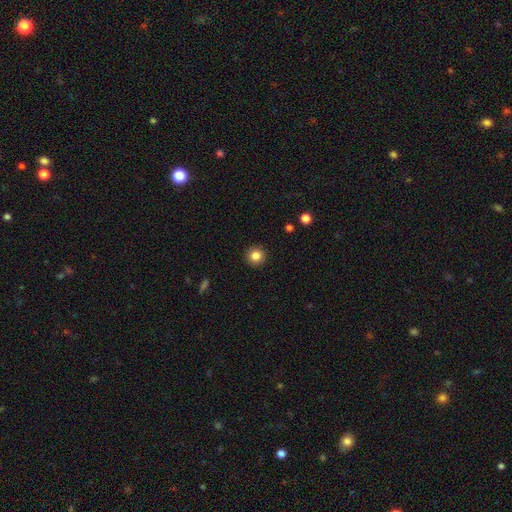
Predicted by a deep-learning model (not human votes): This is clearly a smooth galaxy (84%). How rounded: clearly round (94%). Merging: clearly none (92%).